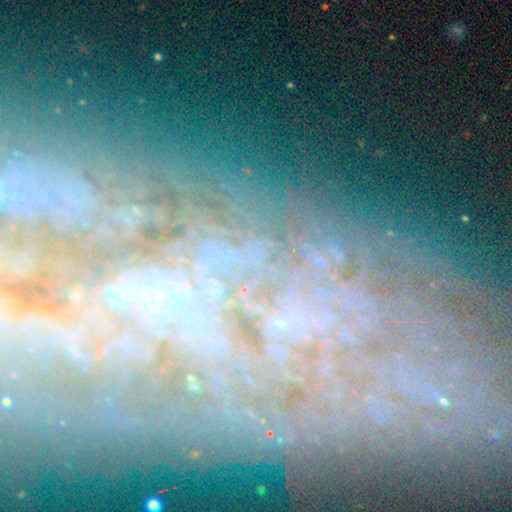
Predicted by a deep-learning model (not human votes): star or artifact 43%, featured or disk 42%, smooth 15%.